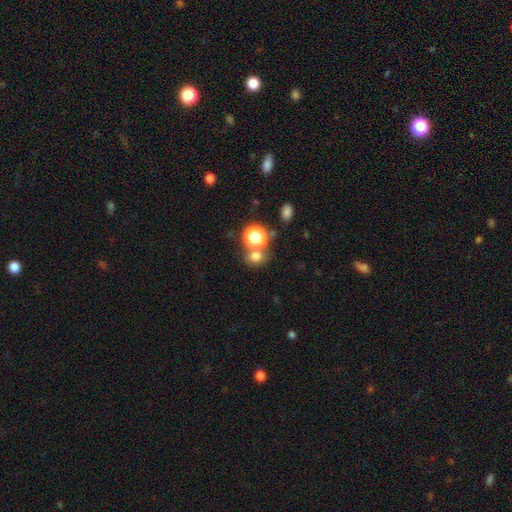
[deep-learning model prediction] The model was most divided on "merging": none: 62%, merger: 25%, minor disturbance: 9%, major disturbance: 4%. More confident: how rounded — round (73%); smooth or featured — smooth (70%).